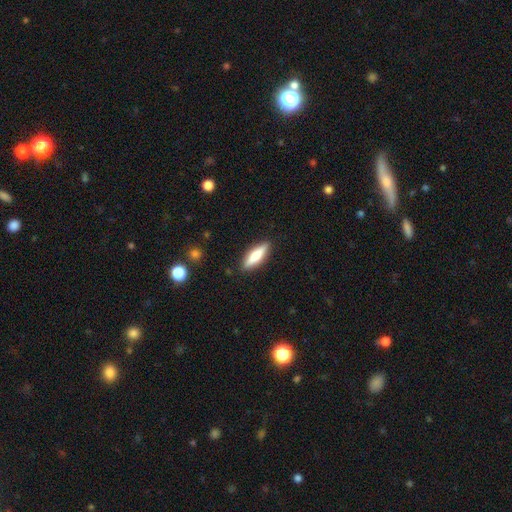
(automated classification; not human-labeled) This is likely a smooth galaxy (67%). How rounded: likely cigar-shaped (63%). Merging: clearly none (88%).